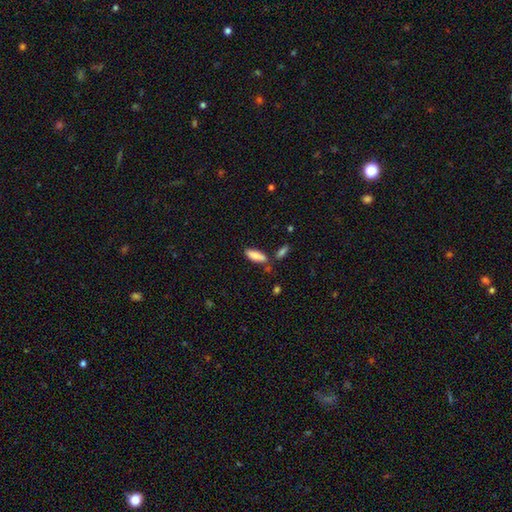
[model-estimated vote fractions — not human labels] A smooth galaxy with no disk features (84%) that is in between round and cigar-shaped (64%).

Vote fractions:
- Smooth or featured? smooth: 84% / featured or disk: 10% / star or artifact: 6%
- How rounded? in between: 64% / cigar-shaped: 34% / round: 2%
- Merging? none: 69% / minor disturbance: 15% / merger: 13% / major disturbance: 3%